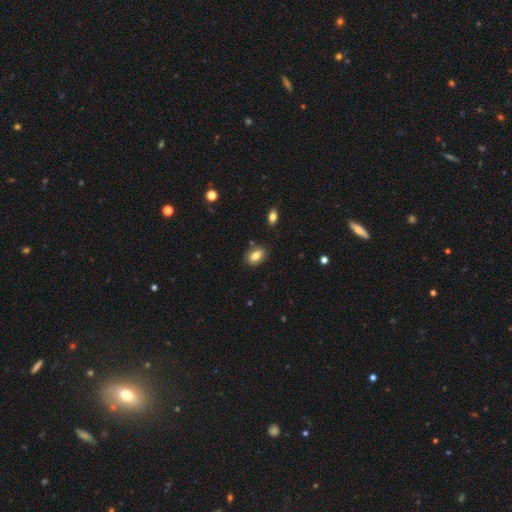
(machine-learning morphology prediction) type=smooth (80%); roundness=in between (84%); merging=none (81%).